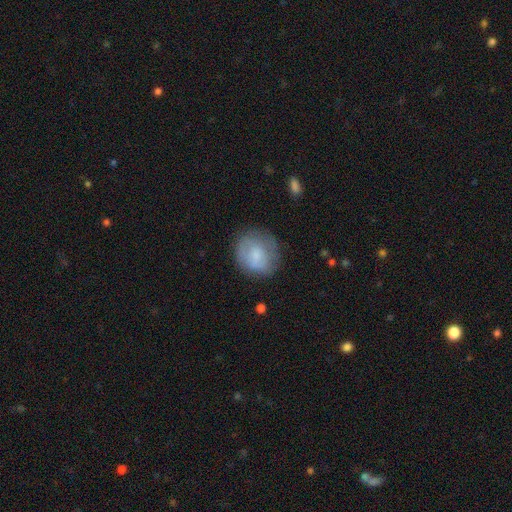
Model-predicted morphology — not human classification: The model was most divided on "smooth or featured": smooth: 62%, featured or disk: 30%, star or artifact: 8%. More confident: how rounded — round (75%); merging — none (67%).